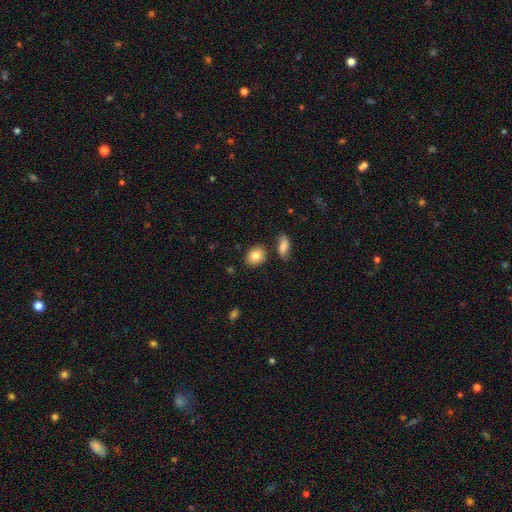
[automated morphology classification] Smooth or featured? Predicted: smooth (p=0.84). How rounded? Predicted: in between (p=0.56). Merging? Predicted: none (p=0.81).